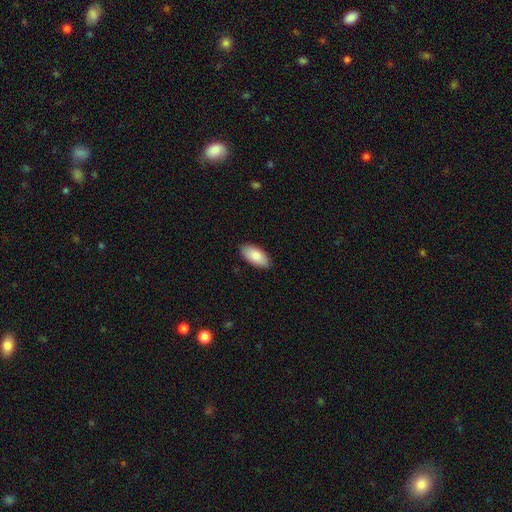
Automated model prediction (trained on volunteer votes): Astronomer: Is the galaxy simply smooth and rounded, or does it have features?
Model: smooth — 86%.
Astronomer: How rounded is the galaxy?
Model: in between — 94%.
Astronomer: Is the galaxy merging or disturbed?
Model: none — 88%.